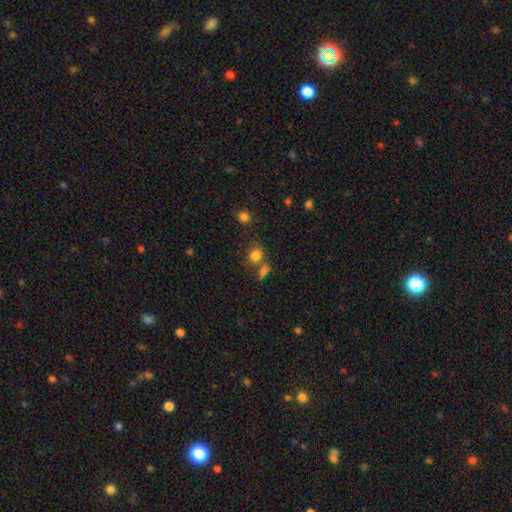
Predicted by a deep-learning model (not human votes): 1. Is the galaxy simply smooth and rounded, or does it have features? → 79% smooth, 14% star or artifact, 7% featured or disk.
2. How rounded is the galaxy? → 70% round, 29% in between, 1% cigar-shaped.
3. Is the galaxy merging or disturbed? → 60% none, 22% merger, 12% minor disturbance, 6% major disturbance.